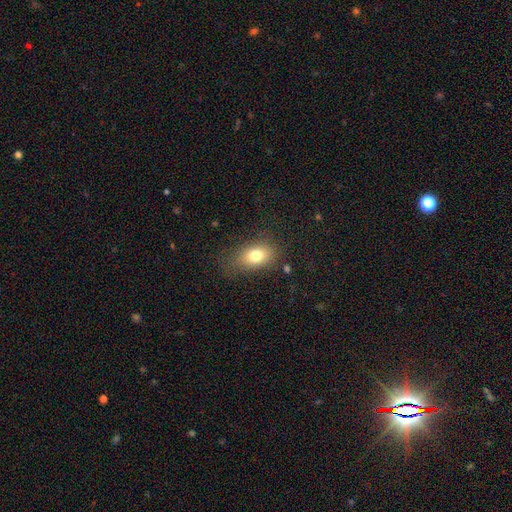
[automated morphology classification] smooth-or-featured: smooth: 77% | featured or disk: 13% | star or artifact: 10%
  how-rounded: in between: 80% | round: 18% | cigar-shaped: 2%
  merging: none: 72% | minor disturbance: 19% | major disturbance: 7% | merger: 2%